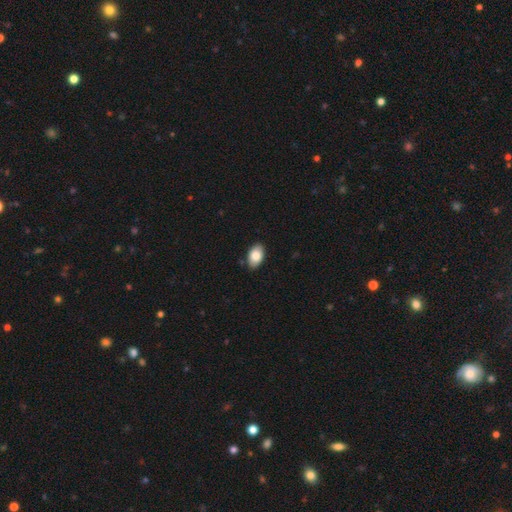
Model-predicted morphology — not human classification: smooth-or-featured: smooth: 85% | featured or disk: 9% | star or artifact: 7%
  how-rounded: in between: 92% | round: 6% | cigar-shaped: 1%
  merging: none: 86% | minor disturbance: 11% | major disturbance: 2% | merger: 1%